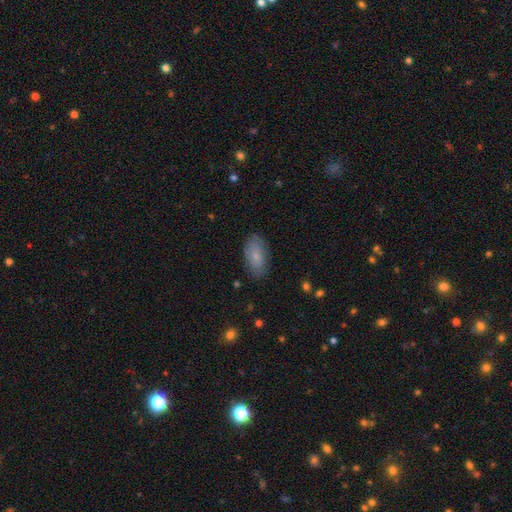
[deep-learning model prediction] A smooth galaxy with no disk features (74%) that is in between round and cigar-shaped (93%).

Vote fractions:
- Smooth or featured? smooth: 74% / featured or disk: 19% / star or artifact: 7%
- How rounded? in between: 93% / round: 4% / cigar-shaped: 3%
- Merging? none: 81% / minor disturbance: 14% / major disturbance: 3% / merger: 1%